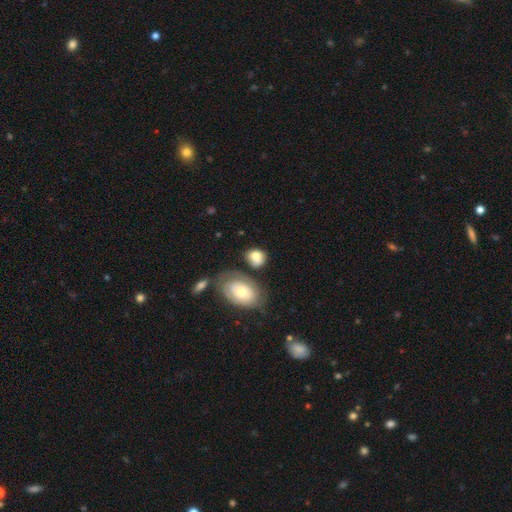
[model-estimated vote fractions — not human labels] A smooth galaxy with no disk features (71%) that is in between round and cigar-shaped (51%). Merging: none (54%).